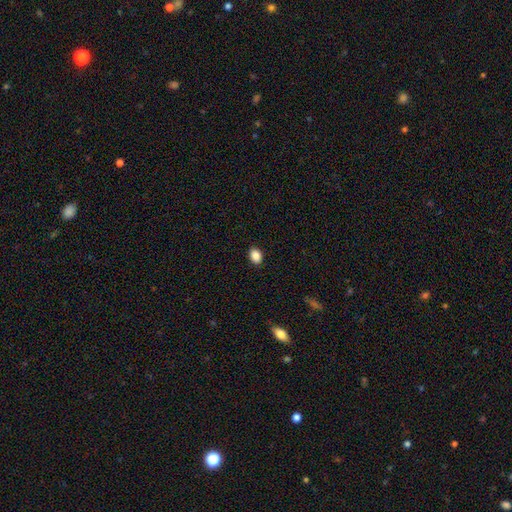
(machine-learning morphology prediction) Smooth or featured? Predicted: smooth (p=0.88). How rounded? Predicted: in between (p=0.75). Merging? Predicted: none (p=0.90).